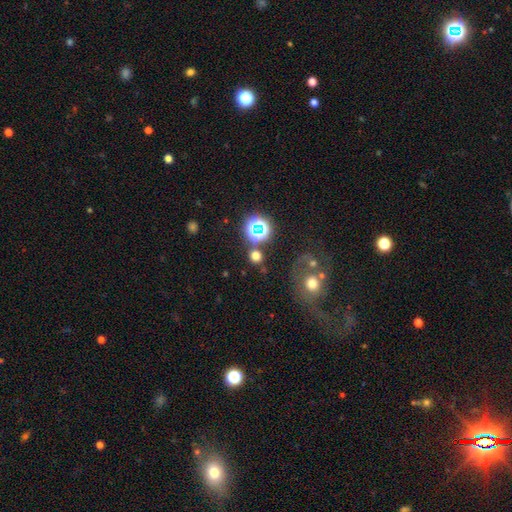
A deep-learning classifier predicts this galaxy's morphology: Smooth or featured? smooth (63%)
How rounded? round (87%)
Merging? none (76%)